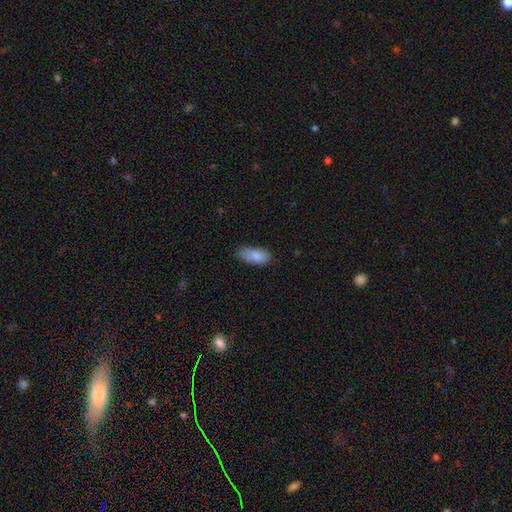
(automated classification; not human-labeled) smooth 86%, featured or disk 8%, star or artifact 7%. Down the decision tree: how rounded — in between (89%); merging — none (66%).